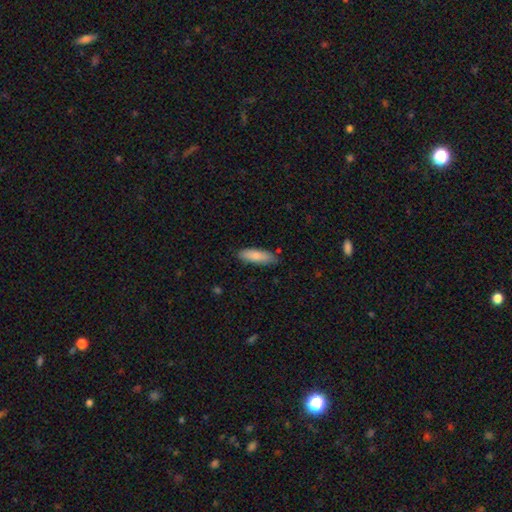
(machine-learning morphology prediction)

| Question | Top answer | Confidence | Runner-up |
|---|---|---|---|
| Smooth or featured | smooth | 83% | featured or disk (11%) |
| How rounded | in between | 54% | cigar-shaped (45%) |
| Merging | none | 80% | minor disturbance (16%) |